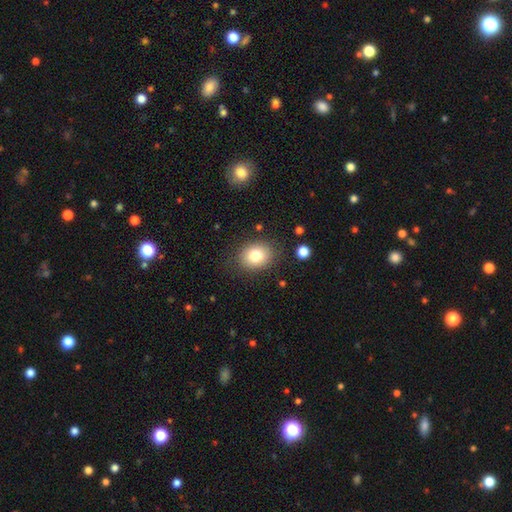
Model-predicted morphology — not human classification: This is likely a smooth galaxy (80%). How rounded: possibly round (53%). Merging: clearly none (82%).